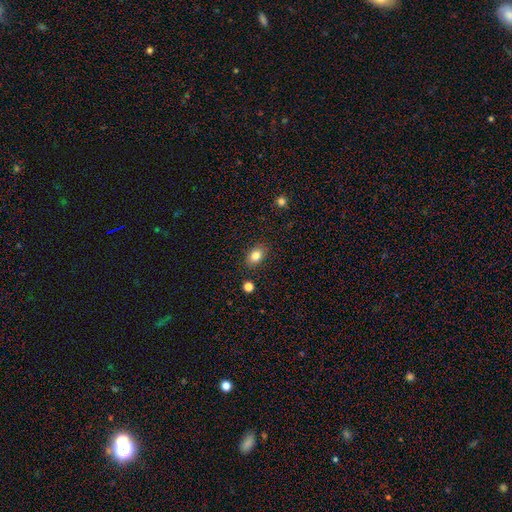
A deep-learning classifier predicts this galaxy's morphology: A smooth galaxy with no disk features (82%) that is in between round and cigar-shaped (75%).

Vote fractions:
- Smooth or featured? smooth: 82% / star or artifact: 10% / featured or disk: 9%
- How rounded? in between: 75% / round: 24% / cigar-shaped: 1%
- Merging? none: 85% / minor disturbance: 10% / major disturbance: 2% / merger: 2%